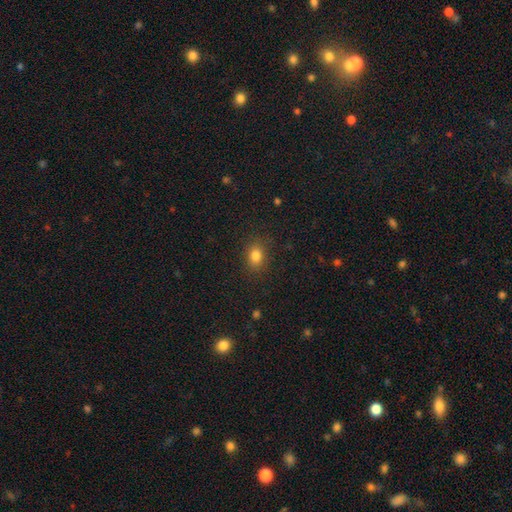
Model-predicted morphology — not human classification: Smooth or featured? Predicted: smooth (p=0.82). How rounded? Predicted: in between (p=0.61). Merging? Predicted: none (p=0.86).